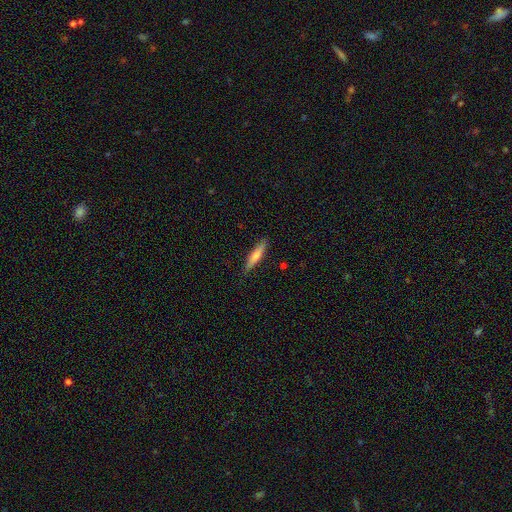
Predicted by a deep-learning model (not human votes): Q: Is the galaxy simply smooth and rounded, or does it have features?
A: smooth — 60%.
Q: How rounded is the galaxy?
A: cigar-shaped — 84%.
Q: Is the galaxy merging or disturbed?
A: none — 88%.